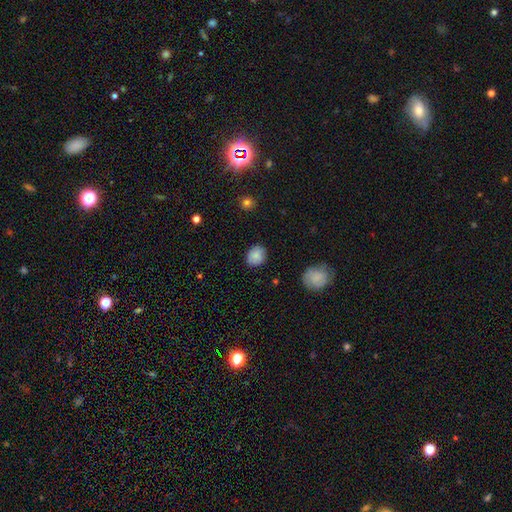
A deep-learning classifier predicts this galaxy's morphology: This appears to be a smooth galaxy with no disk features (85%) that is round (63%). Merging: none (85%).